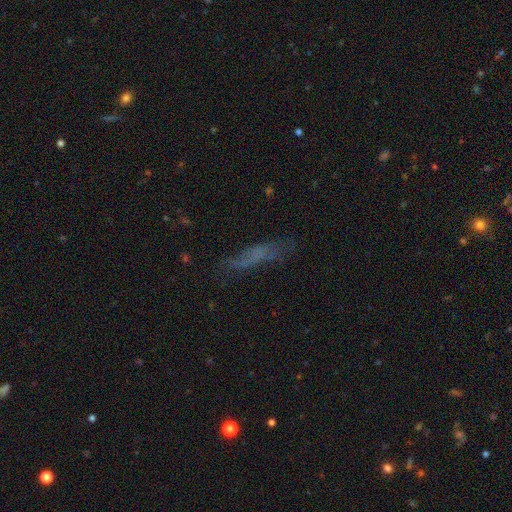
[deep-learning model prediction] This appears to be a smooth galaxy with no disk features (50%). Merging: none (63%).